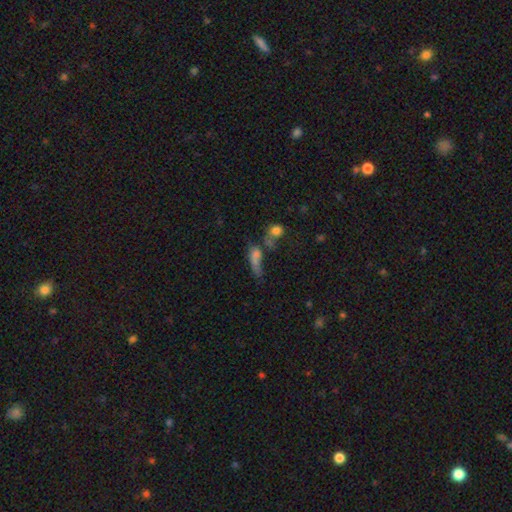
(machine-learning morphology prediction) The model was most divided on "merging": merger: 32%, none: 31%, major disturbance: 21%, minor disturbance: 16%. Remaining: smooth or featured — smooth (56%); how rounded — cigar-shaped (47%).